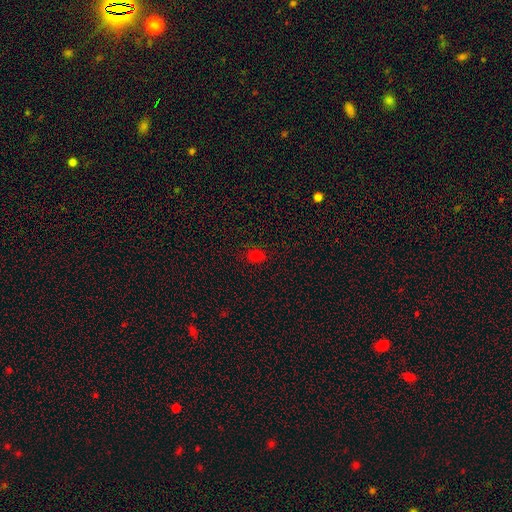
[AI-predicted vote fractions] This is likely a smooth galaxy (77%). How rounded: likely round (62%). Merging: clearly none (85%).